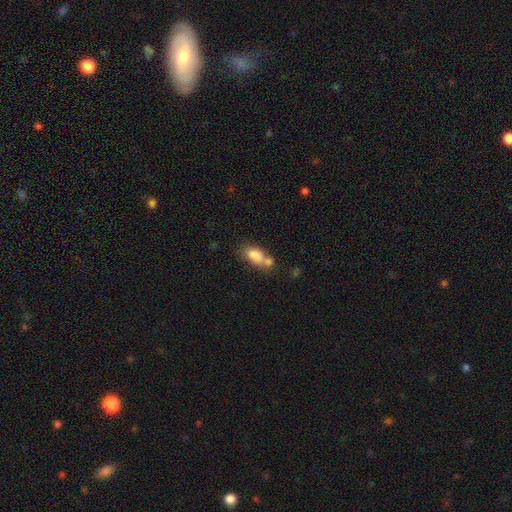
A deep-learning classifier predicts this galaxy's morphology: Smooth or featured? Predicted: smooth (p=0.76). How rounded? Predicted: in between (p=0.83). Merging? Predicted: merger (p=0.47).